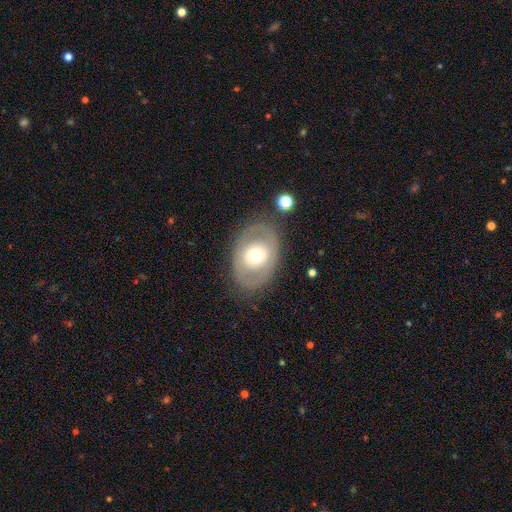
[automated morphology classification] Smooth or featured: featured or disk — 48% (smooth — 45%)
Merging: none — 79% (minor disturbance — 12%)